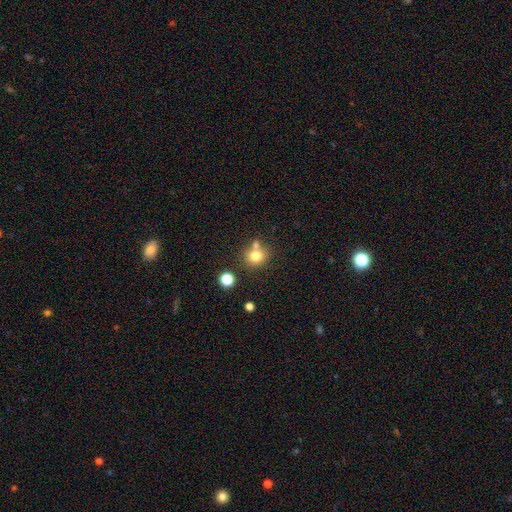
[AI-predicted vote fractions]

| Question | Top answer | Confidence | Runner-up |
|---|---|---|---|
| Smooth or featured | smooth | 76% | star or artifact (13%) |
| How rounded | round | 80% | in between (19%) |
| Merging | none | 62% | merger (24%) |